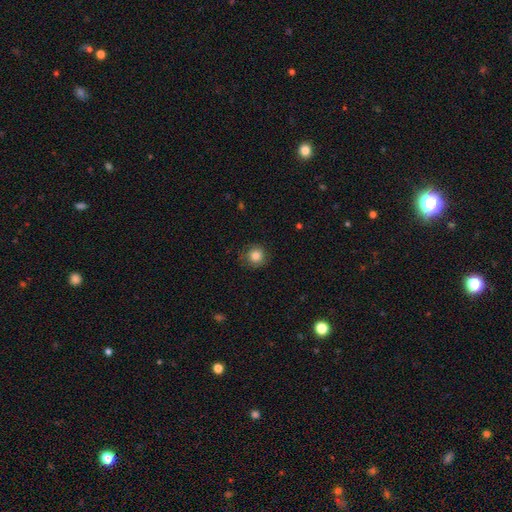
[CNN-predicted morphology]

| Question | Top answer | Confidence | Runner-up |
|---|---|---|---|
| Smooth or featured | smooth | 82% | star or artifact (10%) |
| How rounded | round | 91% | in between (8%) |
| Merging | none | 78% | minor disturbance (16%) |